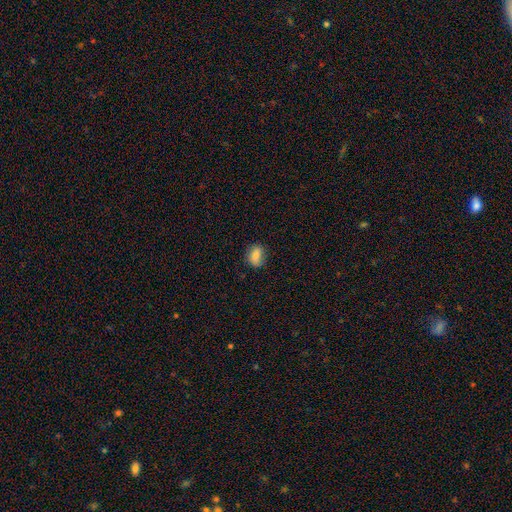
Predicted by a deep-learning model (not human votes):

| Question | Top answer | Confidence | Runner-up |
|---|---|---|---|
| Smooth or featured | smooth | 80% | featured or disk (11%) |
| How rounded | in between | 63% | round (35%) |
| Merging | none | 80% | minor disturbance (16%) |